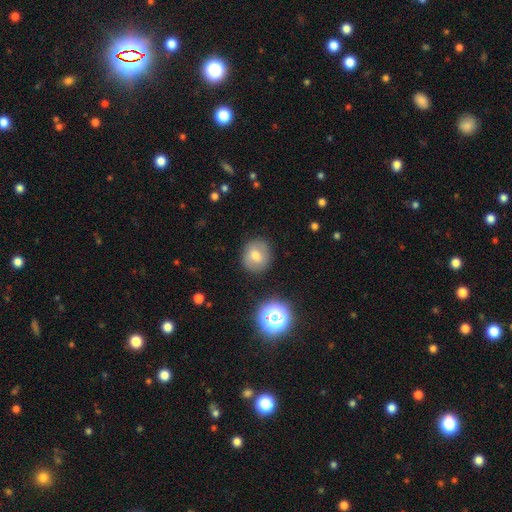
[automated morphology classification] smooth_or_featured: smooth (p=0.66) [alt: featured or disk p=0.22]
how_rounded: round (p=0.80) [alt: in between p=0.19]
merging: none (p=0.84) [alt: minor disturbance p=0.11]